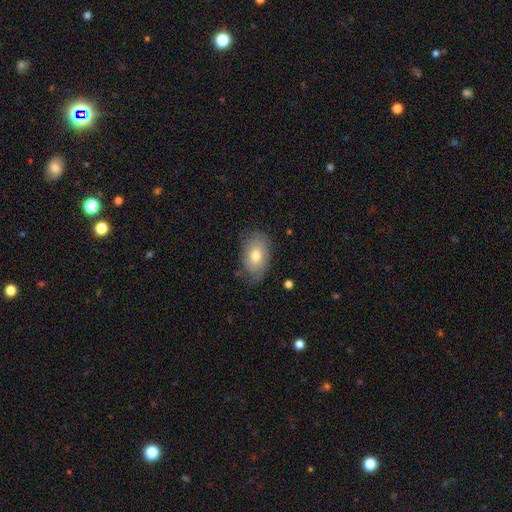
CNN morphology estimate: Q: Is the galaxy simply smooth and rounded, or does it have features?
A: smooth — 63%.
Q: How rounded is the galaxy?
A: in between — 89%.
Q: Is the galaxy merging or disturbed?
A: none — 71%.